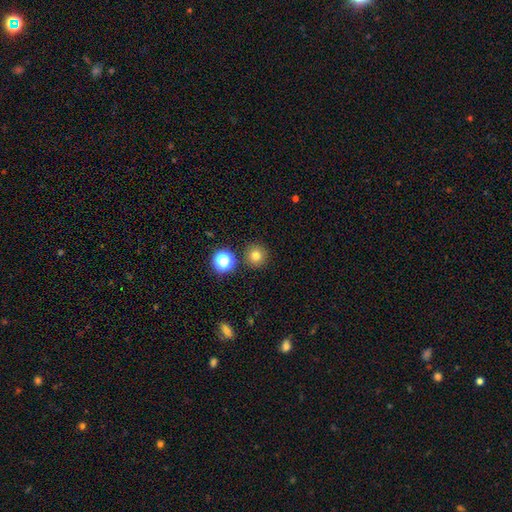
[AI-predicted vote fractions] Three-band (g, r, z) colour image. It shows a smooth galaxy with no disk features (77%) that is round (95%). Merging: none (88%).